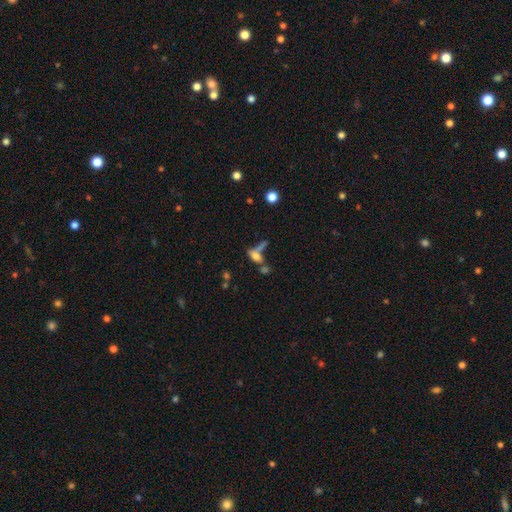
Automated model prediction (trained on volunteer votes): smooth 61%, featured or disk 24%, star or artifact 14%. Down the decision tree: how rounded — in between (65%); merging — merger (37%).